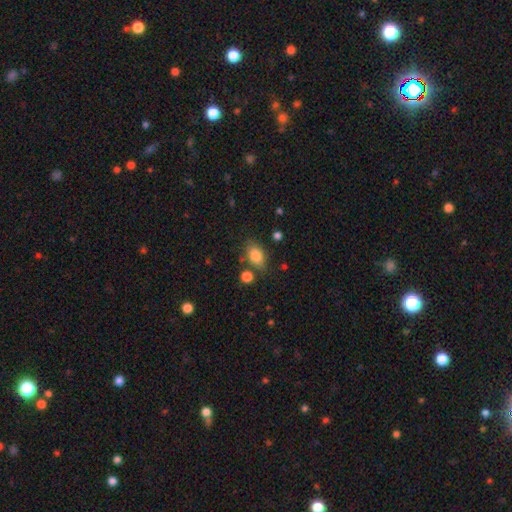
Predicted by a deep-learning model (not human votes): This is clearly a smooth galaxy (83%). How rounded: clearly in between (82%). Merging: likely none (72%).